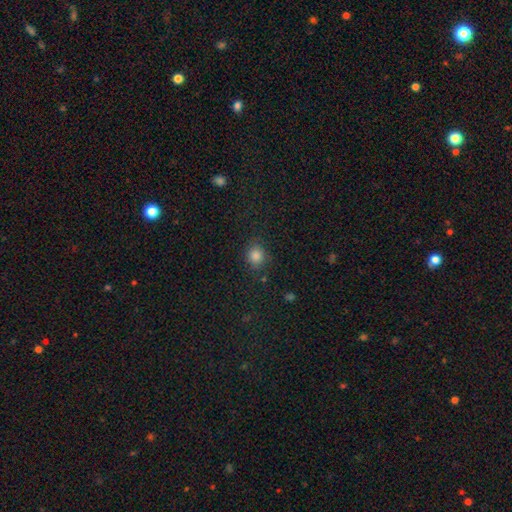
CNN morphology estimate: Q: Smooth or featured?
A: smooth (84%); runner-up: star or artifact (12%)
Q: How rounded?
A: round (77%); runner-up: in between (22%)
Q: Merging?
A: none (82%); runner-up: minor disturbance (12%)